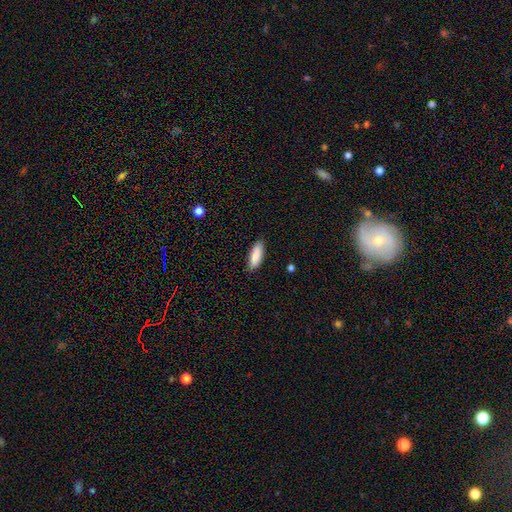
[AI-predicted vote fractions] A smooth galaxy with no disk features (88%) that is in between round and cigar-shaped (59%). Merging: none (85%).